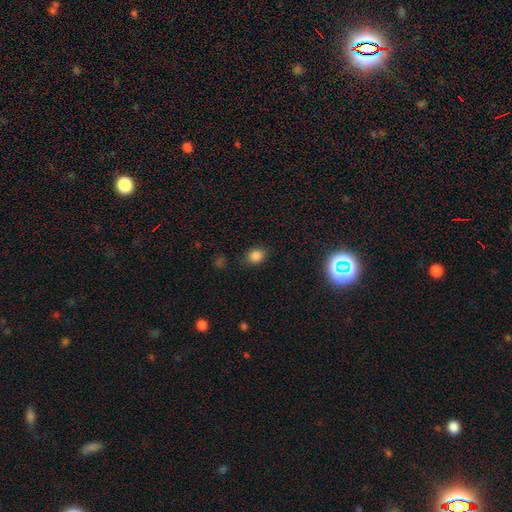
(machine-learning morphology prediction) Smooth or featured: smooth — 83% (star or artifact — 13%)
How rounded: in between — 54% (round — 45%)
Merging: none — 82% (minor disturbance — 13%)